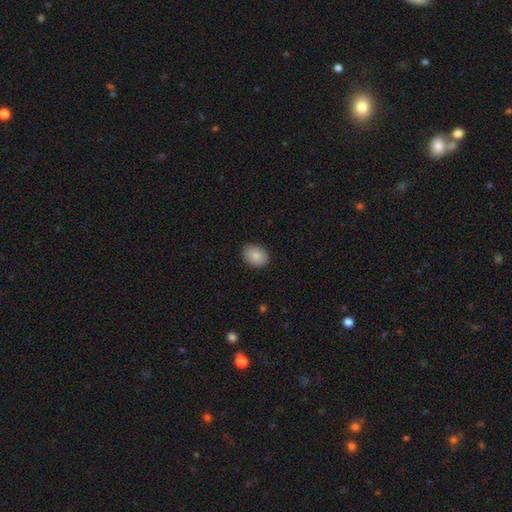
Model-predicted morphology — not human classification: The model was most divided on "how rounded": in between: 69%, round: 30%, cigar-shaped: 1%. More confident: merging — none (89%); smooth or featured — smooth (87%).